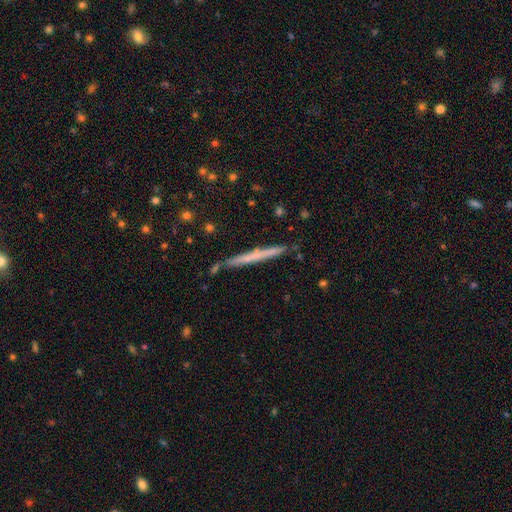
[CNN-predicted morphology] type=smooth (49%); merging=none (87%).